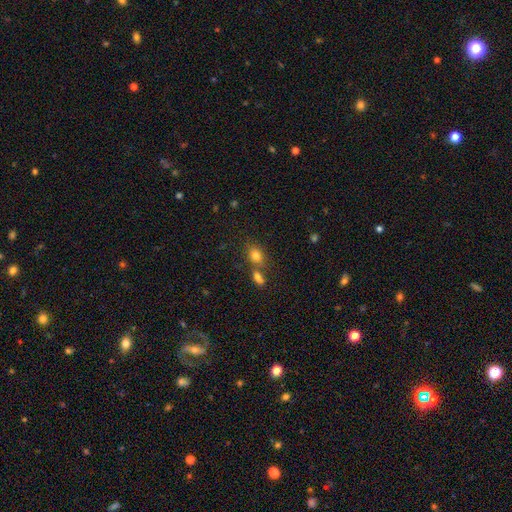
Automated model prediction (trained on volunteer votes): Smooth or featured: smooth — 80% (star or artifact — 12%)
How rounded: in between — 60% (round — 38%)
Merging: none — 54% (merger — 31%)